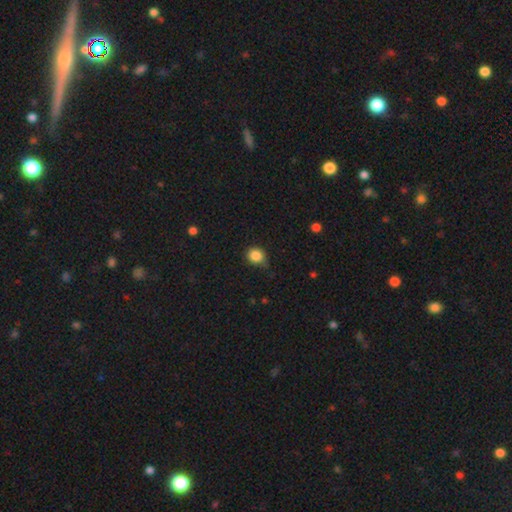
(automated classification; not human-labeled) Smooth or featured?
  - smooth: 85% *
  - star or artifact: 11%
  - featured or disk: 4%
How rounded?
  - round: 79% *
  - in between: 21%
  - cigar-shaped: 1%
Merging?
  - none: 71% *
  - minor disturbance: 23%
  - major disturbance: 4%
  - merger: 2%